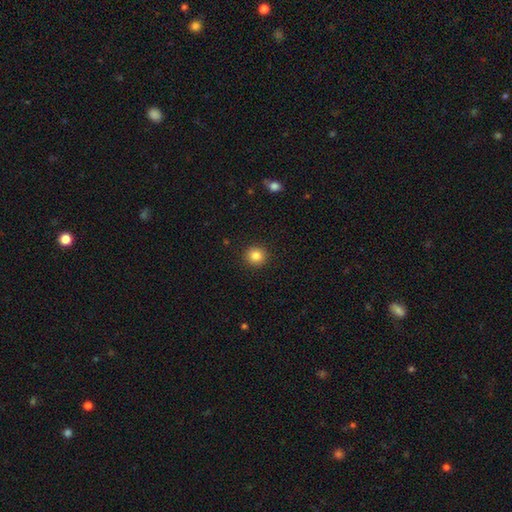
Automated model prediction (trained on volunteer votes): Overall: smooth (85%). How rounded: round (93%). Merging: none (92%).